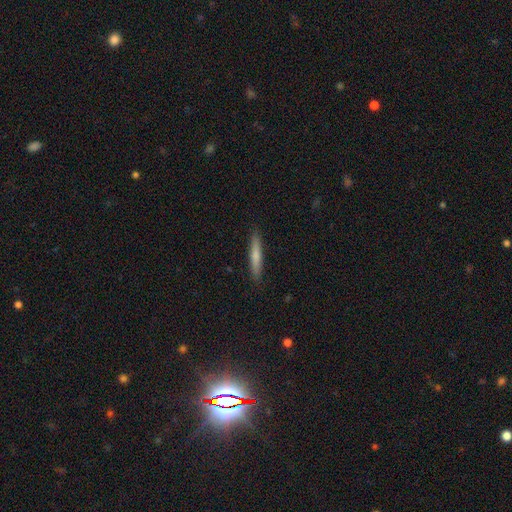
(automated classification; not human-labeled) Smooth or featured?
  - smooth: 69% *
  - featured or disk: 26%
  - star or artifact: 6%
How rounded?
  - cigar-shaped: 92% *
  - in between: 6%
  - round: 1%
Merging?
  - none: 90% *
  - minor disturbance: 7%
  - major disturbance: 2%
  - merger: 1%